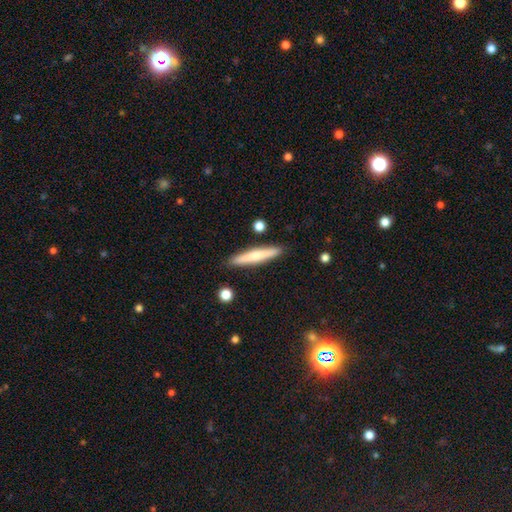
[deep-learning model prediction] Smooth or featured?
  - smooth: 60% *
  - featured or disk: 34%
  - star or artifact: 6%
How rounded?
  - cigar-shaped: 92% *
  - in between: 6%
  - round: 1%
Merging?
  - none: 89% *
  - minor disturbance: 7%
  - merger: 2%
  - major disturbance: 2%